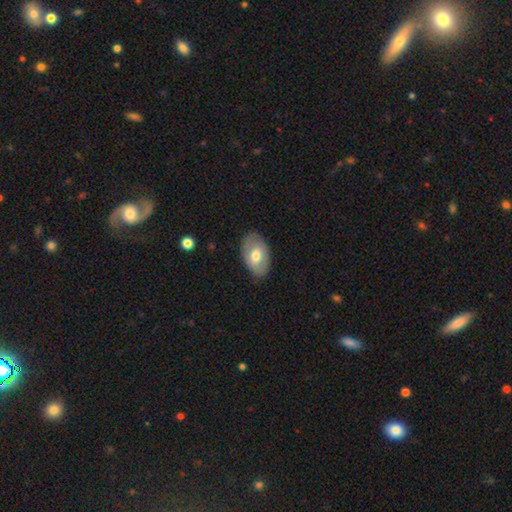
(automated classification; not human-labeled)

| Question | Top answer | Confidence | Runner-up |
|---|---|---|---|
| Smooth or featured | smooth | 61% | featured or disk (33%) |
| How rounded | in between | 91% | round (7%) |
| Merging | none | 80% | minor disturbance (15%) |